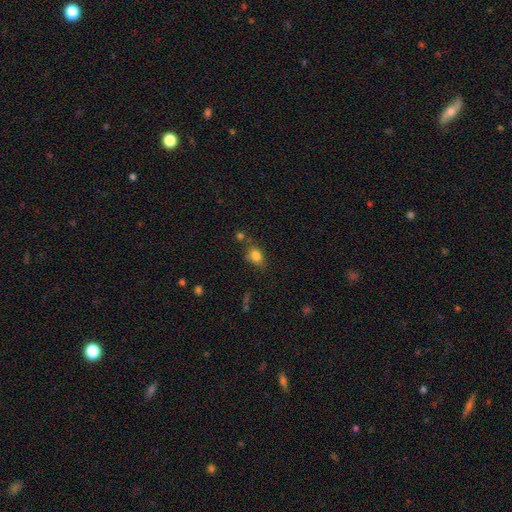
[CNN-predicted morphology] Smooth or featured? Predicted: smooth (p=0.80). How rounded? Predicted: in between (p=0.70). Merging? Predicted: none (p=0.64).